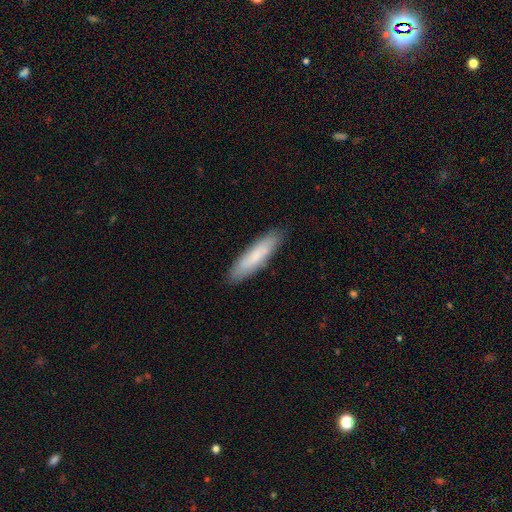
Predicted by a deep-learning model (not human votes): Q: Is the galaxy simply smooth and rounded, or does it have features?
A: smooth — 75%.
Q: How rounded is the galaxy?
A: cigar-shaped — 75%.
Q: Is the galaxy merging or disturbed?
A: none — 86%.